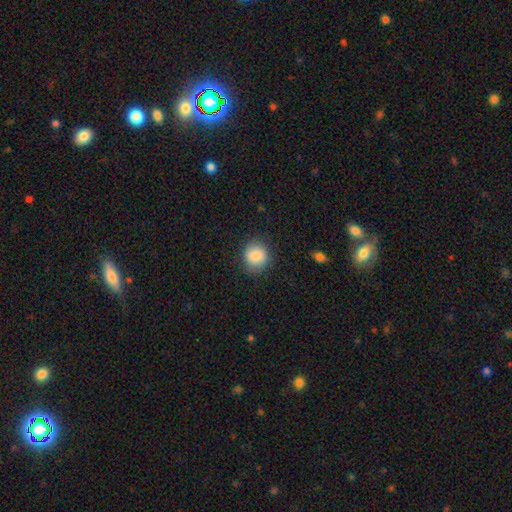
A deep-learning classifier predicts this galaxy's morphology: smooth 85%, star or artifact 8%, featured or disk 7%. Down the decision tree: how rounded — round (84%); merging — none (83%).